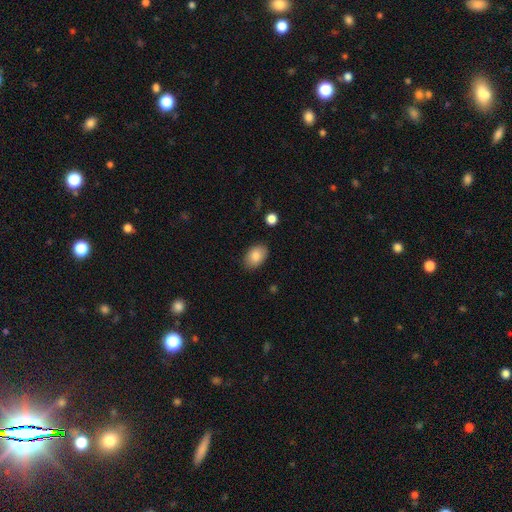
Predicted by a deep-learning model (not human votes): Smooth or featured? smooth (84%)
How rounded? in between (86%)
Merging? none (86%)